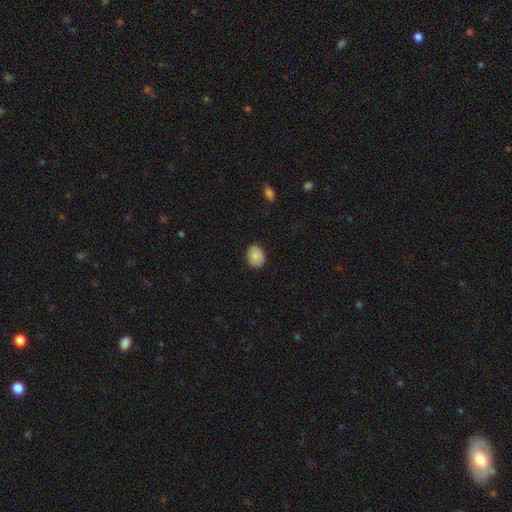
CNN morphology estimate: type=smooth (83%); roundness=in between (56%); merging=none (84%).